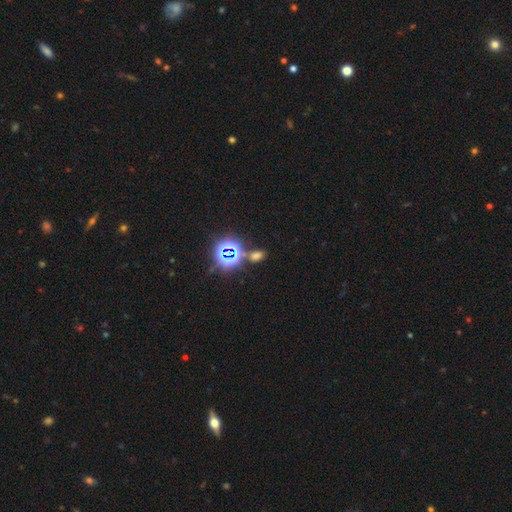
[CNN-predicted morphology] This is possibly a smooth galaxy (53%). How rounded: likely in between (78%). Merging: likely none (71%).